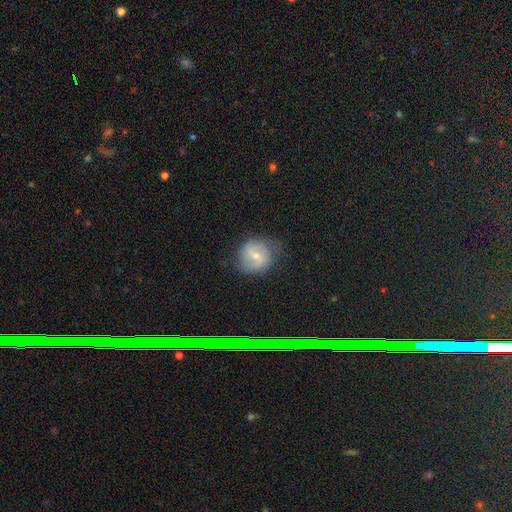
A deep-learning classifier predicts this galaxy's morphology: A featured or disk galaxy (54%) with a weak bar (52%), spiral arms (74%) and a small central bulge (54%).

Vote fractions:
- Smooth or featured? featured or disk: 54% / smooth: 39% / star or artifact: 7%
- Edge-on disk? no: 97% / yes: 3%
- Bar? weak: 52% / no: 24% / strong: 24%
- Spiral arms? yes: 74% / no: 26%
- Bulge size? small: 54% / moderate: 41% / none: 2% / large: 2% / dominant: 1%
- Merging? none: 69% / minor disturbance: 21% / major disturbance: 8% / merger: 1%